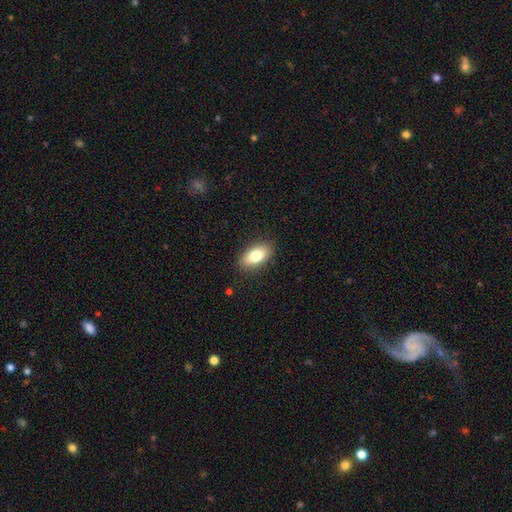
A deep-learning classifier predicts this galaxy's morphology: This is clearly a smooth galaxy (81%). How rounded: clearly in between (91%). Merging: clearly none (88%).